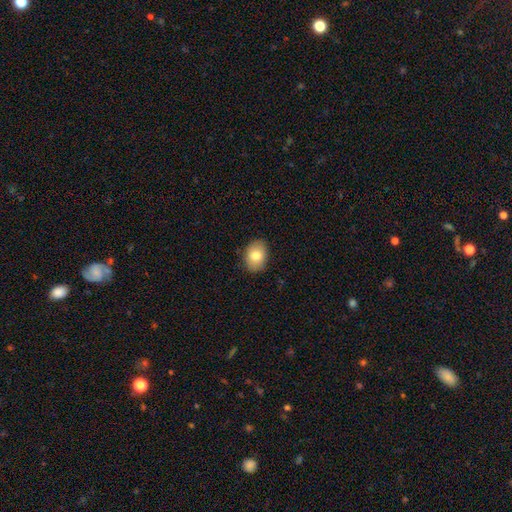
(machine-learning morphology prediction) This is likely a smooth galaxy (80%). How rounded: likely in between (70%). Merging: clearly none (87%).